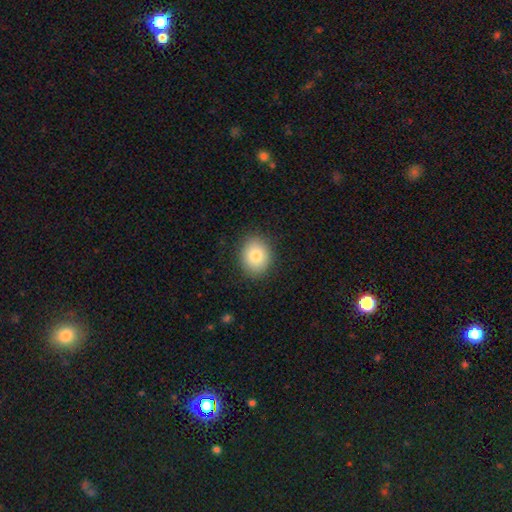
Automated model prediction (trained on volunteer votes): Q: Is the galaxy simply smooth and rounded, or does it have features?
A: smooth — 83%.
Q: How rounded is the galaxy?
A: round — 60%.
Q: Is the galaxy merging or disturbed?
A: none — 88%.